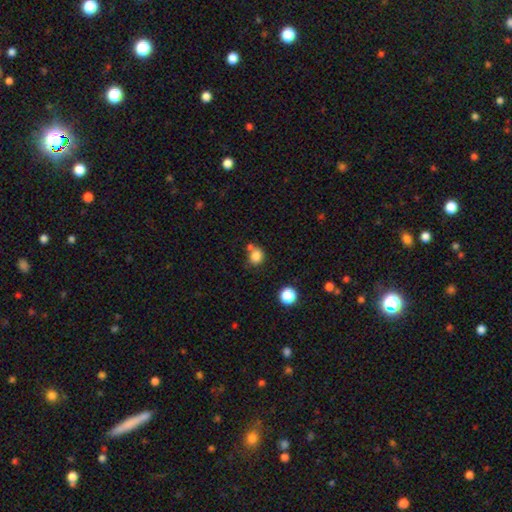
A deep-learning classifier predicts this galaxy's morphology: Overall: smooth (83%). How rounded: round (78%). Merging: none (60%; merger 23%).